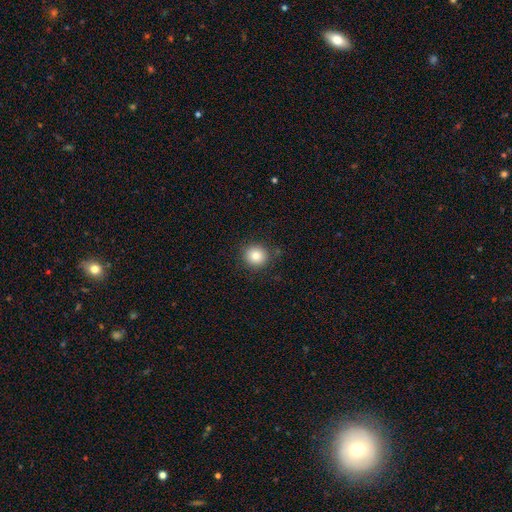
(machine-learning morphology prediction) Overall: smooth (83%). How rounded: round (89%). Merging: none (87%).